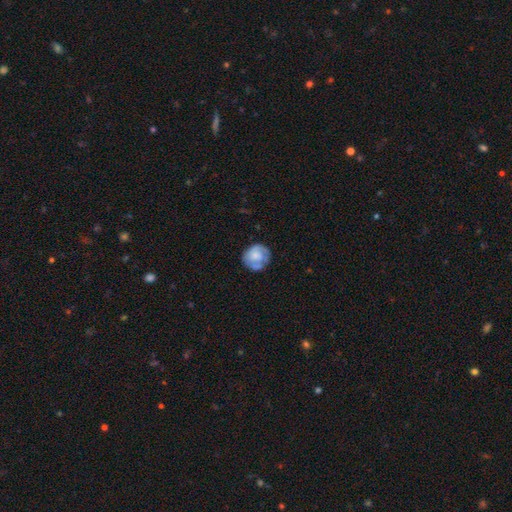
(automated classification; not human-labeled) Morphology: type=featured or disk (47%); merging=none (61%).